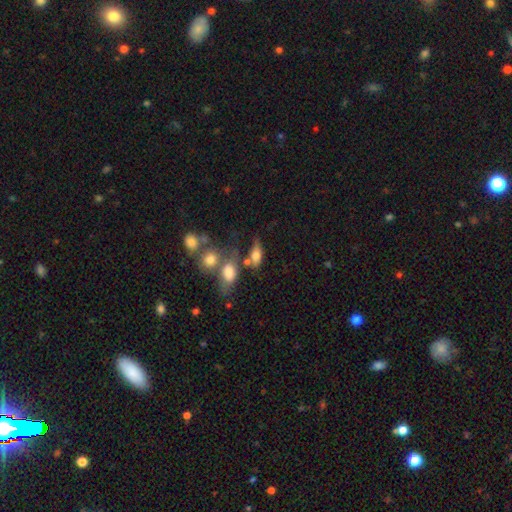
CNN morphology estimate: A smooth galaxy with no disk features (68%) that is in between round and cigar-shaped (77%). Merging: none (46%).